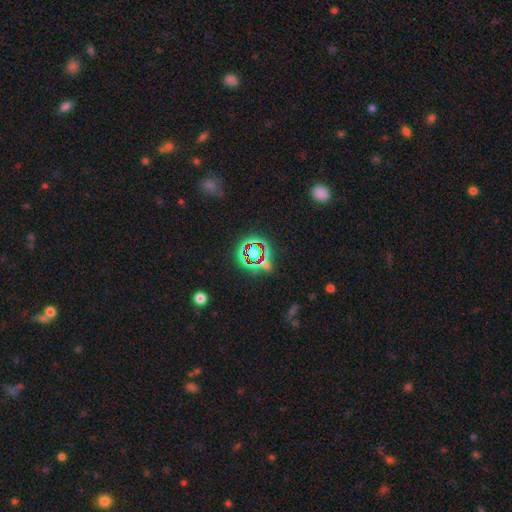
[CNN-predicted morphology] A star or artifact, not a galaxy (71%).

Vote fractions:
- Smooth or featured? star or artifact: 71% / smooth: 18% / featured or disk: 11%